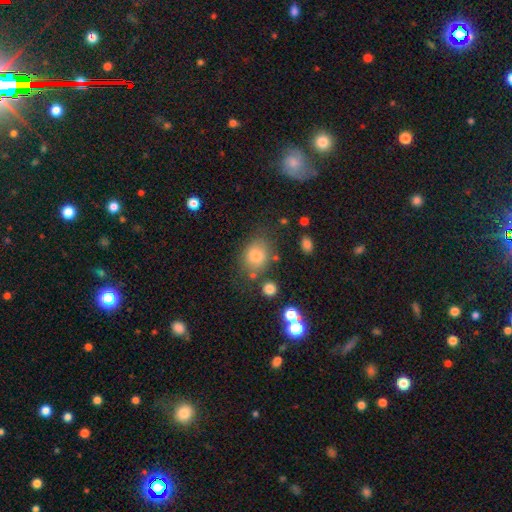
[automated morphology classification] This appears to be a smooth galaxy with no disk features (77%) that is in between round and cigar-shaped (51%). Merging: none (70%).